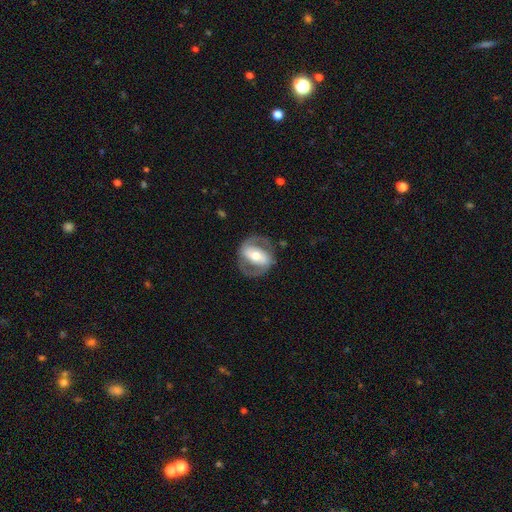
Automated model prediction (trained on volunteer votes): Smooth or featured: featured or disk — 76% (smooth — 19%)
Edge-on disk: no — 96% (yes — 4%)
Bar: strong — 48% (weak — 28%)
Spiral arms: yes — 75% (no — 25%)
Spiral winding: medium — 49% (tight — 32%)
Spiral arm count: 2 — 87% (can't tell — 7%)
Bulge size: moderate — 65% (small — 21%)
Merging: none — 77% (minor disturbance — 13%)